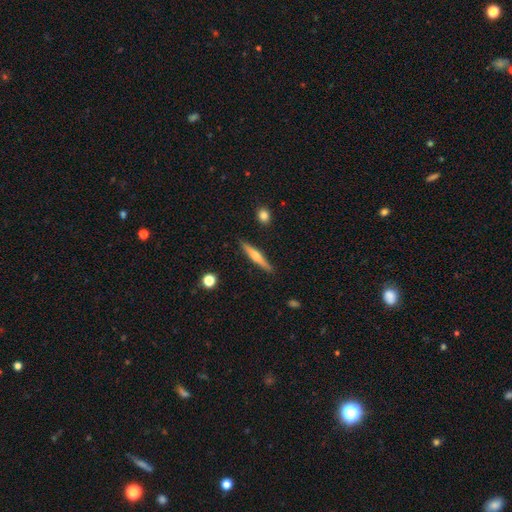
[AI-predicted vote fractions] Smooth or featured: smooth — 47% (featured or disk — 46%)
Merging: none — 89% (minor disturbance — 8%)